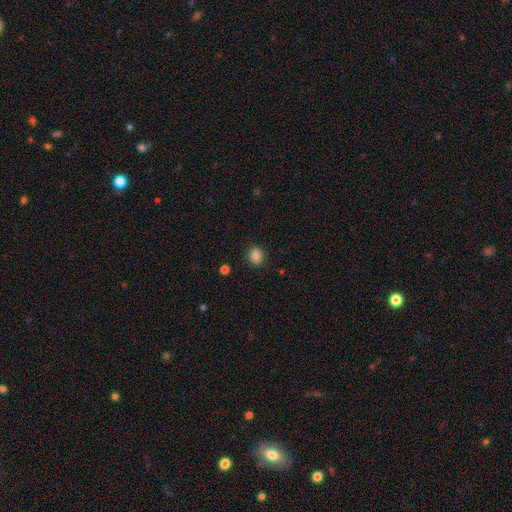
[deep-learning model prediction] Overall: smooth (85%). How rounded: round (78%). Merging: none (90%).